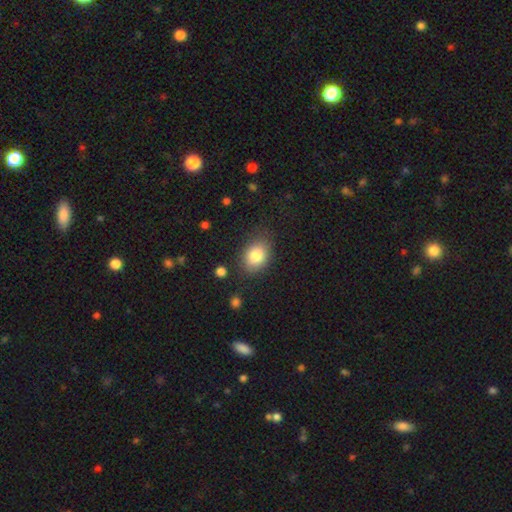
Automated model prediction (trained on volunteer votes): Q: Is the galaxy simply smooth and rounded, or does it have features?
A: smooth — 82%.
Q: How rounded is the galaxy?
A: in between — 67%.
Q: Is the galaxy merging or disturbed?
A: none — 79%.